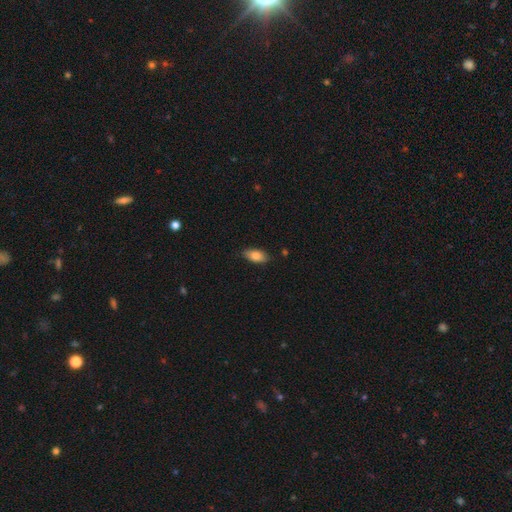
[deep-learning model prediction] Smooth or featured? Predicted: smooth (p=0.83). How rounded? Predicted: in between (p=0.91). Merging? Predicted: none (p=0.84).